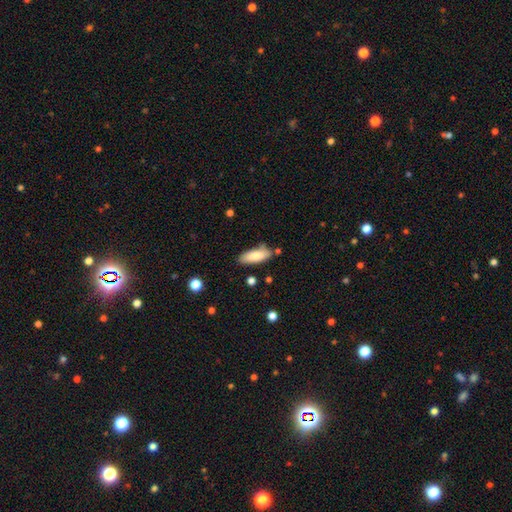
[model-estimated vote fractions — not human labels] Overall: smooth (81%). How rounded: in between (67%; cigar-shaped 31%). Merging: none (71%).